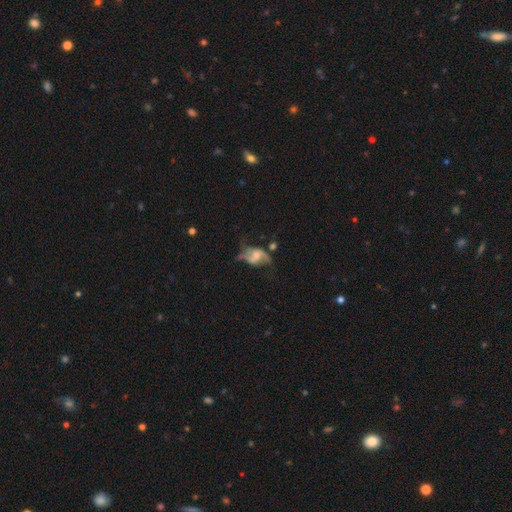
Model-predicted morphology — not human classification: type=featured or disk (69%); edge-on=no (96%); bar=no (48%); spiral arms=yes (78%); winding=loose (65%); arm count=2 (82%); bulge=small (35%); merging=none (37%).